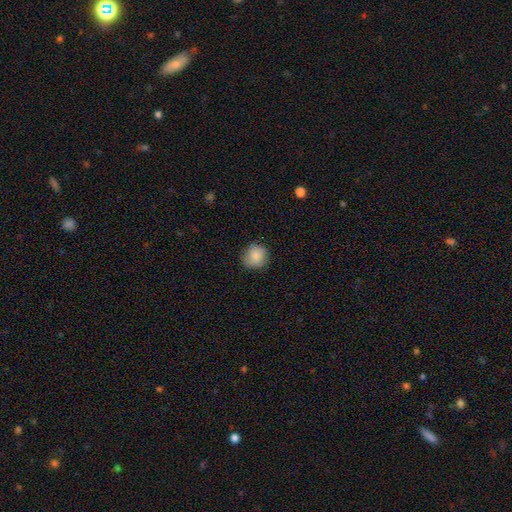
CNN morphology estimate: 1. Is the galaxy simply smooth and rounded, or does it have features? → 87% smooth, 8% star or artifact, 5% featured or disk.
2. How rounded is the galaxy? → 85% round, 14% in between, 1% cigar-shaped.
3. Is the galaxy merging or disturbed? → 82% none, 14% minor disturbance, 3% major disturbance, 1% merger.